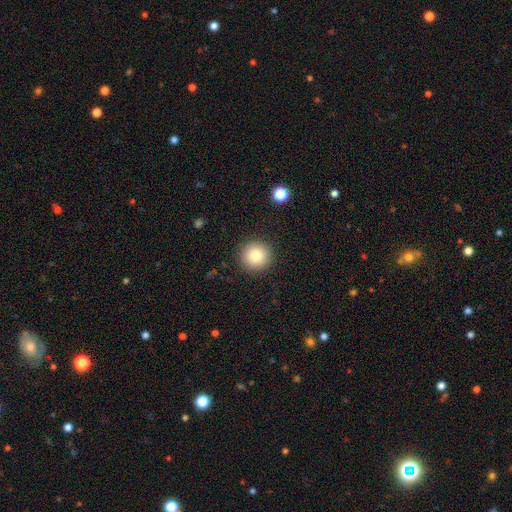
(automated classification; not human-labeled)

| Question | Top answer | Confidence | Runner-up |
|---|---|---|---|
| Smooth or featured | smooth | 84% | star or artifact (10%) |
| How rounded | round | 95% | in between (4%) |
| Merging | none | 91% | minor disturbance (6%) |